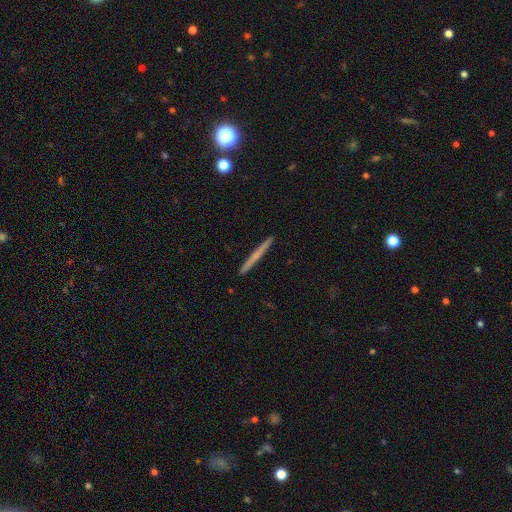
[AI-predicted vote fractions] Smooth or featured?
  - smooth: 48% *
  - featured or disk: 45%
  - star or artifact: 7%
Merging?
  - none: 93% *
  - minor disturbance: 5%
  - major disturbance: 1%
  - merger: 1%